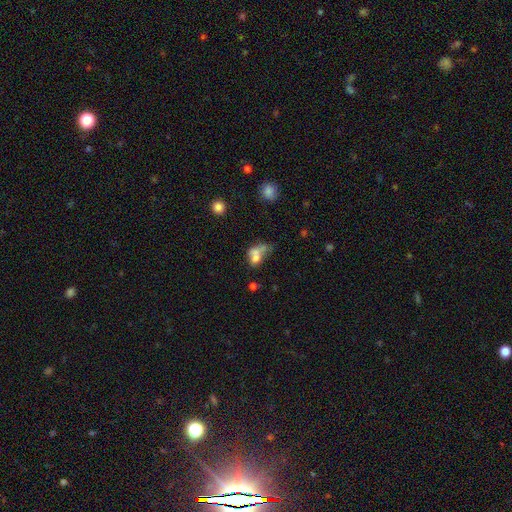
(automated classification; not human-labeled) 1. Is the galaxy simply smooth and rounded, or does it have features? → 63% smooth, 24% featured or disk, 14% star or artifact.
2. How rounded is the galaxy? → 64% in between, 31% round, 4% cigar-shaped.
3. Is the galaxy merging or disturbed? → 52% merger, 19% none, 16% major disturbance, 13% minor disturbance.